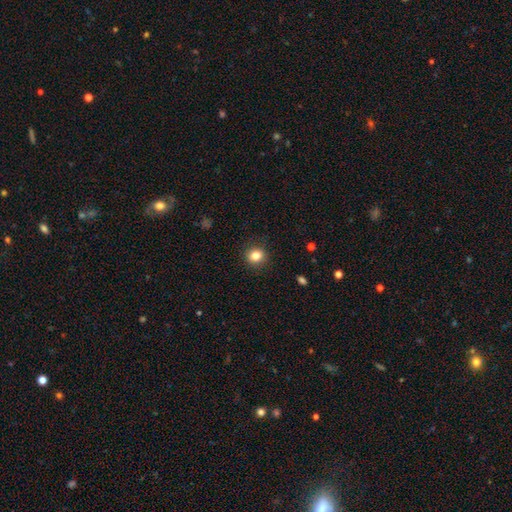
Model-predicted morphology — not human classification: A smooth galaxy with no disk features (83%) that is round (83%).

Vote fractions:
- Smooth or featured? smooth: 83% / star or artifact: 11% / featured or disk: 6%
- How rounded? round: 83% / in between: 16% / cigar-shaped: 1%
- Merging? none: 90% / minor disturbance: 7% / major disturbance: 2% / merger: 1%